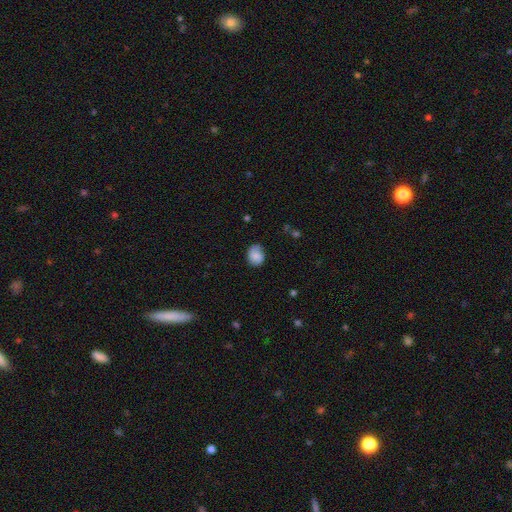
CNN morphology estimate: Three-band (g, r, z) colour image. It shows a smooth galaxy with no disk features (68%) that is round (53%). Merging: none (67%).